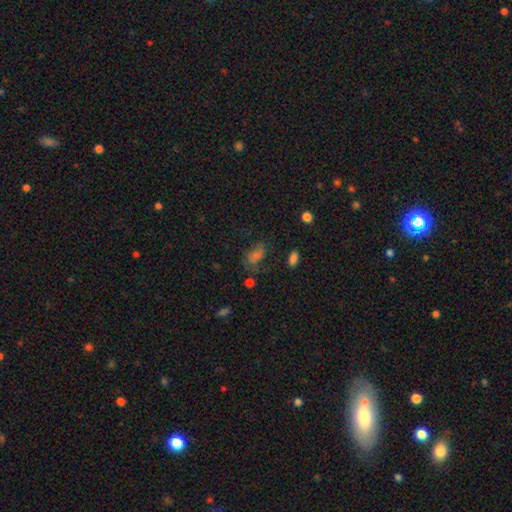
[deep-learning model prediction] smooth-or-featured: smooth: 42% | featured or disk: 30% | star or artifact: 28%
  merging: none: 54% | minor disturbance: 22% | major disturbance: 18% | merger: 6%